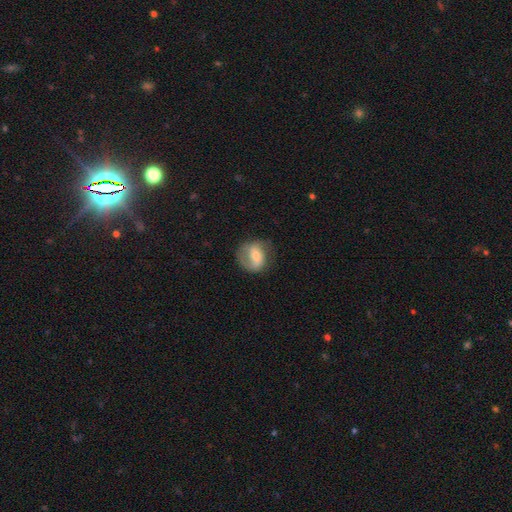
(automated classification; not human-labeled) smooth-or-featured: featured or disk: 59% | smooth: 34% | star or artifact: 7%
  disk-edge-on: no: 96% | yes: 4%
    bar: weak: 41% | no: 33% | strong: 26%
    has-spiral-arms: yes: 82% | no: 18%
    bulge-size: moderate: 50% | small: 42% | large: 4% | none: 3% | dominant: 1%
  merging: none: 66% | minor disturbance: 21% | major disturbance: 12% | merger: 1%